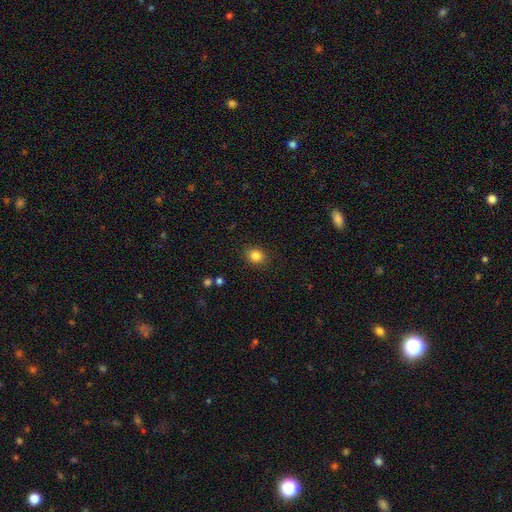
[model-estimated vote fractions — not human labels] Smooth or featured: smooth — 84% (star or artifact — 11%)
How rounded: round — 67% (in between — 32%)
Merging: none — 89% (minor disturbance — 7%)